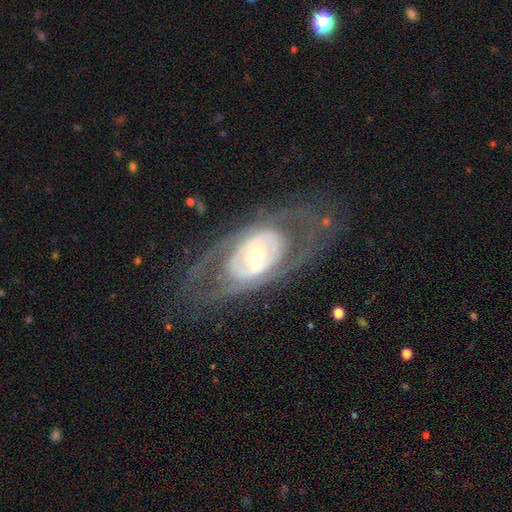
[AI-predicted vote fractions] Morphology: type=featured or disk (78%); edge-on=no (91%); bar=no (64%); spiral arms=no (55%); bulge=small (46%); merging=none (69%).